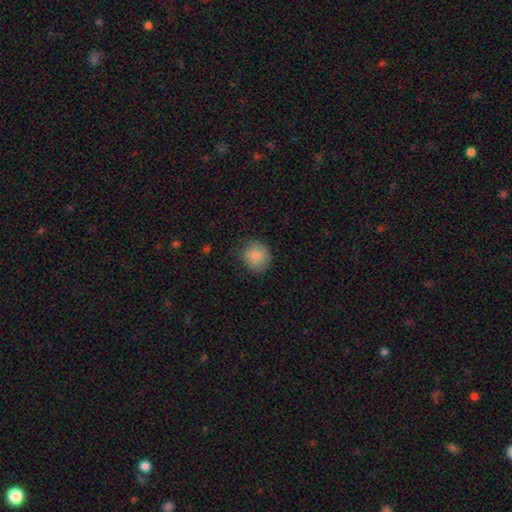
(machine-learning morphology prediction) Smooth or featured: smooth — 84% (star or artifact — 8%)
How rounded: round — 82% (in between — 17%)
Merging: none — 78% (minor disturbance — 17%)